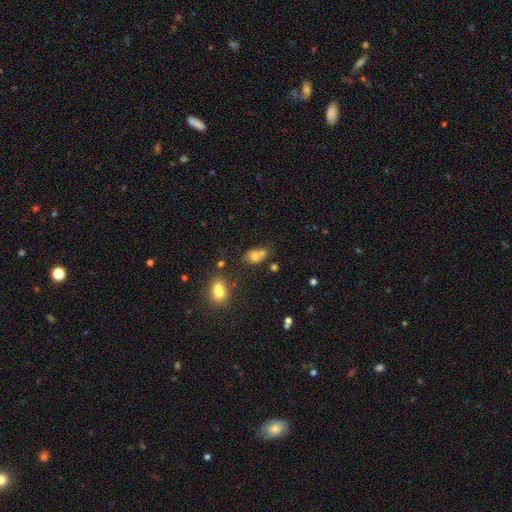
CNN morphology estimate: Smooth or featured: smooth — 70% (featured or disk — 18%)
How rounded: in between — 57% (round — 42%)
Merging: merger — 43% (none — 36%)